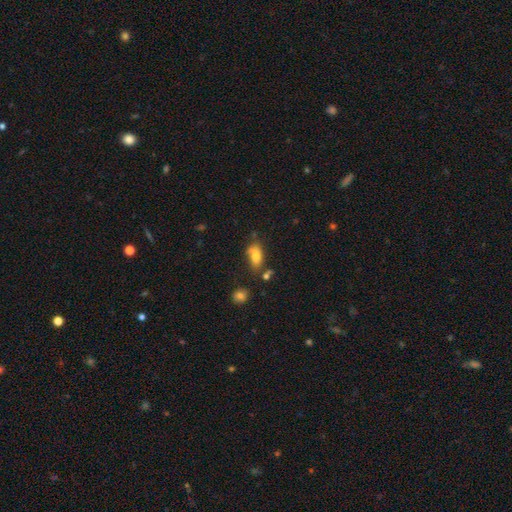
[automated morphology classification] Smooth or featured: smooth — 76% (featured or disk — 15%)
How rounded: in between — 86% (cigar-shaped — 8%)
Merging: none — 53% (minor disturbance — 24%)